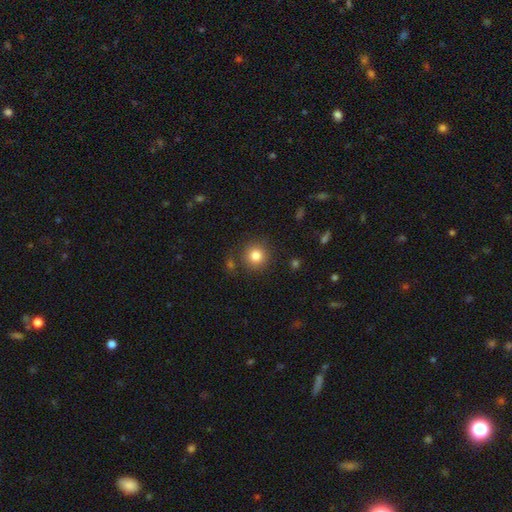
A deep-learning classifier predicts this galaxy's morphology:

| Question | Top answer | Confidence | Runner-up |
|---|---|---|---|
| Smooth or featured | smooth | 82% | star or artifact (11%) |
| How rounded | round | 94% | in between (5%) |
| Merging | none | 85% | minor disturbance (8%) |